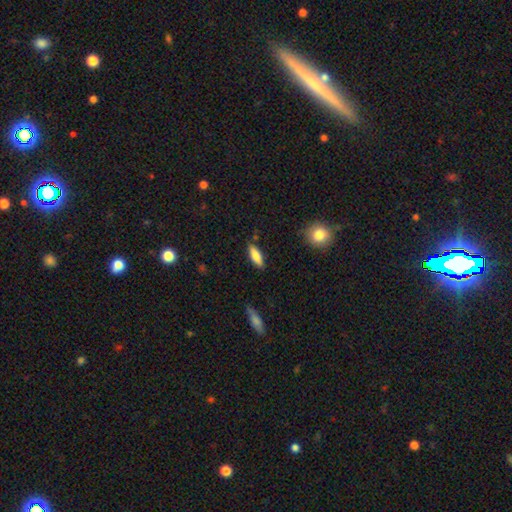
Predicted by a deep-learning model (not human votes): Smooth or featured?
  - smooth: 79% *
  - featured or disk: 14%
  - star or artifact: 6%
How rounded?
  - in between: 58% *
  - cigar-shaped: 40%
  - round: 2%
Merging?
  - none: 85% *
  - minor disturbance: 11%
  - major disturbance: 2%
  - merger: 2%